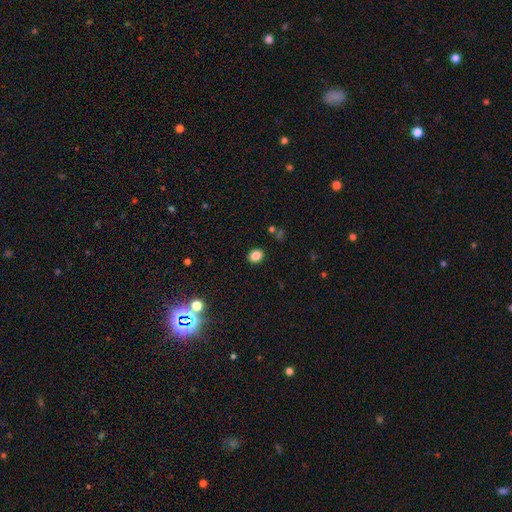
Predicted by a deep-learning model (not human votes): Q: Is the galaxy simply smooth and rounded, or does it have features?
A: smooth — 84%.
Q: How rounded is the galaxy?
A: round — 56%.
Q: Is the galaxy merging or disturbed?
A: none — 89%.